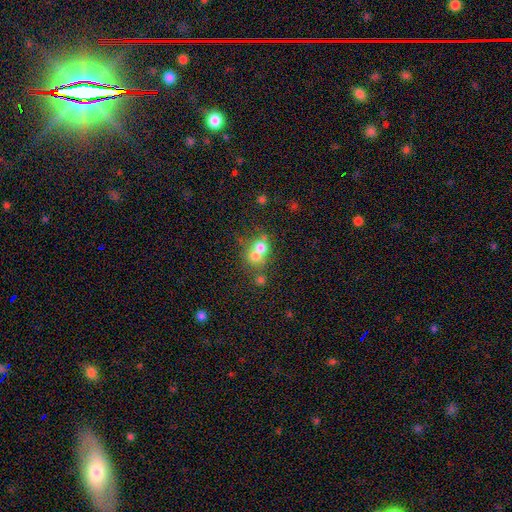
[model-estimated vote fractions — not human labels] Overall: smooth (63%). How rounded: round (72%). Merging: merger (64%; none 26%).